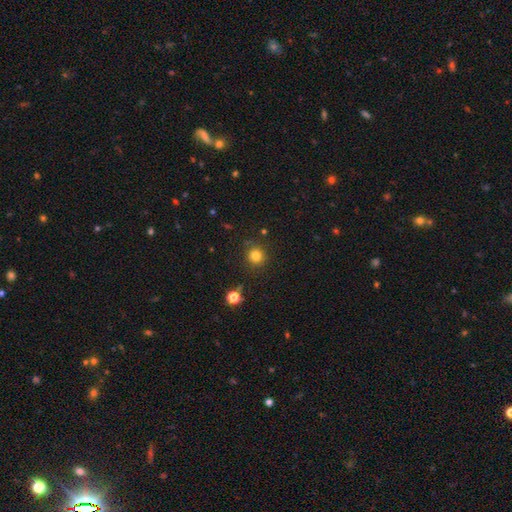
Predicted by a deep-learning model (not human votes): The model was most divided on "smooth or featured": smooth: 81%, star or artifact: 14%, featured or disk: 6%. More confident: how rounded — round (91%); merging — none (86%).